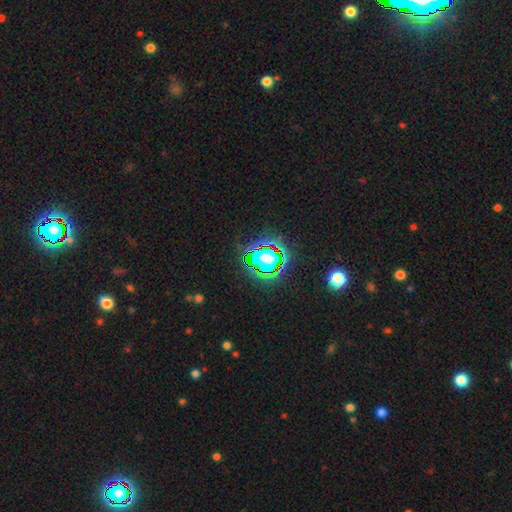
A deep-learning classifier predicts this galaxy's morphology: Smooth or featured? star or artifact (81%)